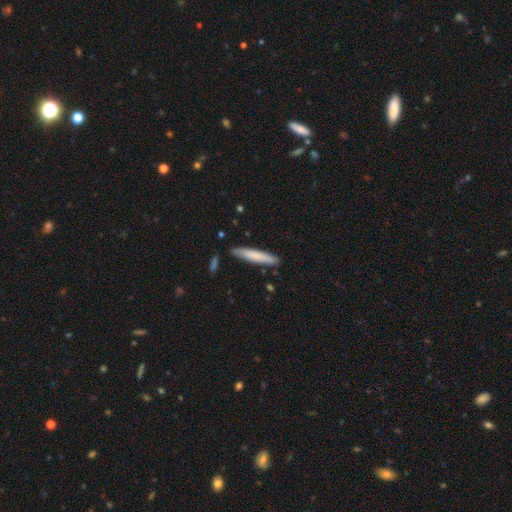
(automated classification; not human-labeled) A smooth galaxy with no disk features (75%) that is cigar-shaped (92%).

Vote fractions:
- Smooth or featured? smooth: 75% / featured or disk: 19% / star or artifact: 5%
- How rounded? cigar-shaped: 92% / in between: 7% / round: 1%
- Merging? none: 85% / minor disturbance: 11% / merger: 2% / major disturbance: 2%